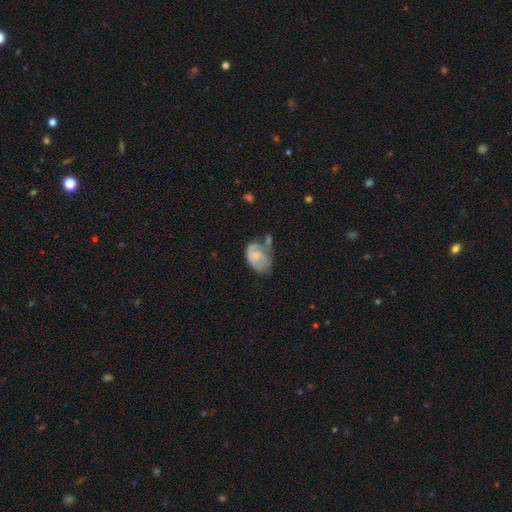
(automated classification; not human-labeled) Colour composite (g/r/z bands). It shows a featured or disk galaxy (50%). Merging: minor disturbance (29%).